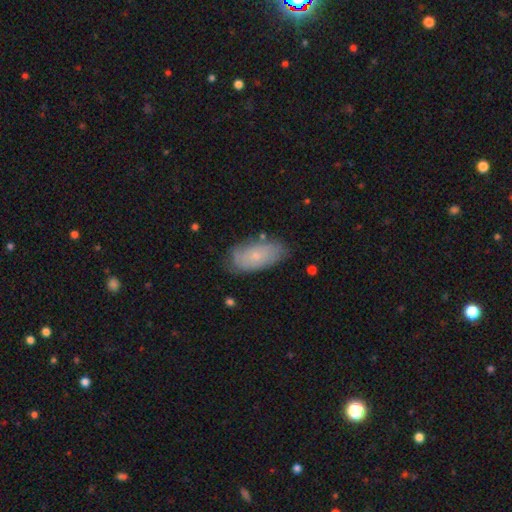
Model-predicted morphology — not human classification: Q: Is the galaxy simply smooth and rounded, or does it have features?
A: smooth — 55%.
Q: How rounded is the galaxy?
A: in between — 90%.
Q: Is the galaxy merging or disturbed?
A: none — 69%.